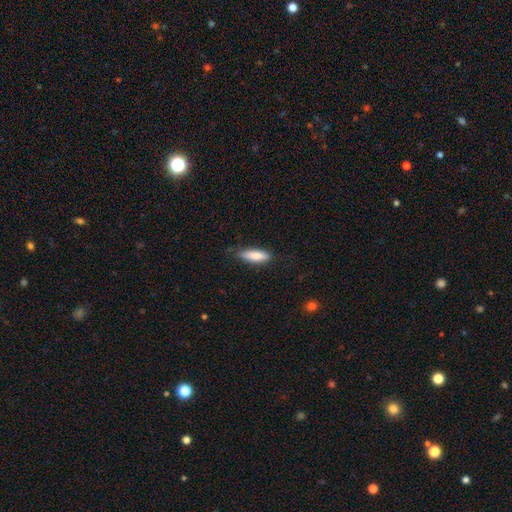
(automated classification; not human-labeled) Morphology: type=smooth (81%); roundness=cigar-shaped (54%); merging=none (76%).